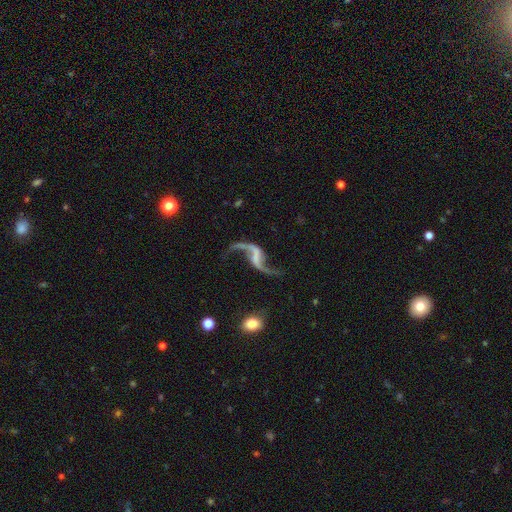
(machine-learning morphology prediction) This is clearly a featured or disk galaxy (91%). It is clearly not viewed edge-on (97%). Bar: marginally weak (38%). Spiral arm pattern: clearly yes (97%). Spiral arm count: clearly 2 (94%). Spiral winding: clearly loose (94%). Central bulge: likely none (63%). Merging: likely none (72%).